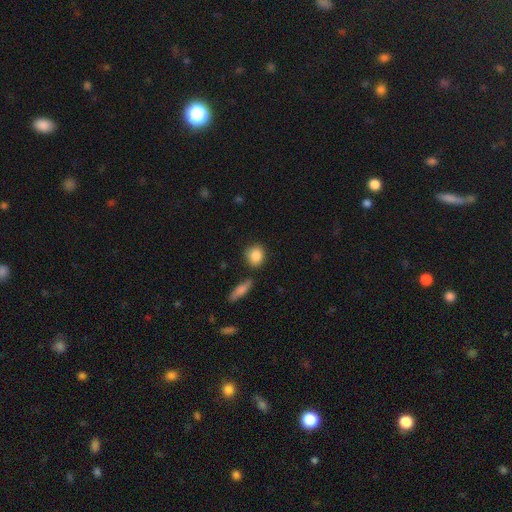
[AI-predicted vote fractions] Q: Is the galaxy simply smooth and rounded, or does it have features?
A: smooth — 87%.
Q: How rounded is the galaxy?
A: round — 67%.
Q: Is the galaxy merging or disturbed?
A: none — 76%.